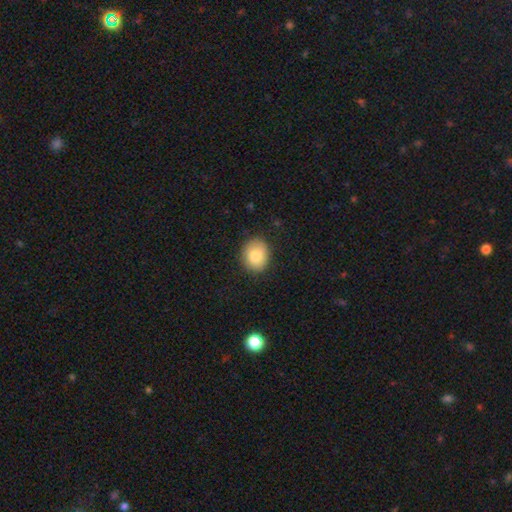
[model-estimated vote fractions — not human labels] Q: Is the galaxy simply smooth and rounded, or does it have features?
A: smooth — 83%.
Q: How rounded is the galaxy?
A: round — 63%.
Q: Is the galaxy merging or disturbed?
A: none — 85%.